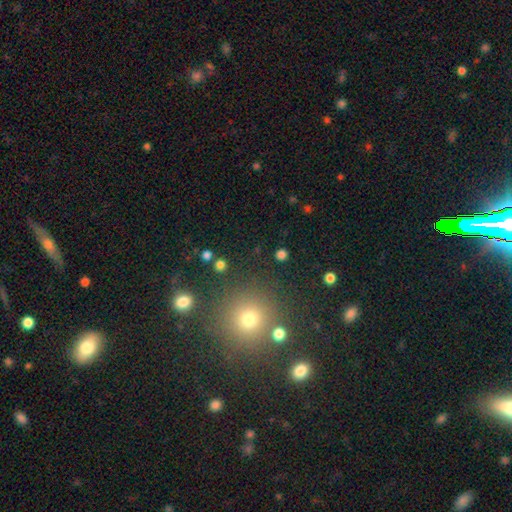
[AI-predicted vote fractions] Smooth or featured?
  - smooth: 53% *
  - star or artifact: 39%
  - featured or disk: 8%
How rounded?
  - round: 92% *
  - in between: 6%
  - cigar-shaped: 1%
Merging?
  - none: 85% *
  - minor disturbance: 7%
  - merger: 5%
  - major disturbance: 3%